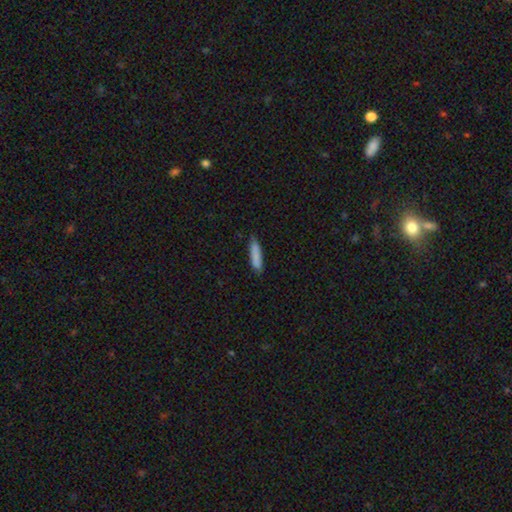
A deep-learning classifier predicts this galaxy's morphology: A smooth galaxy with no disk features (84%) that is cigar-shaped (74%). Merging: none (77%).